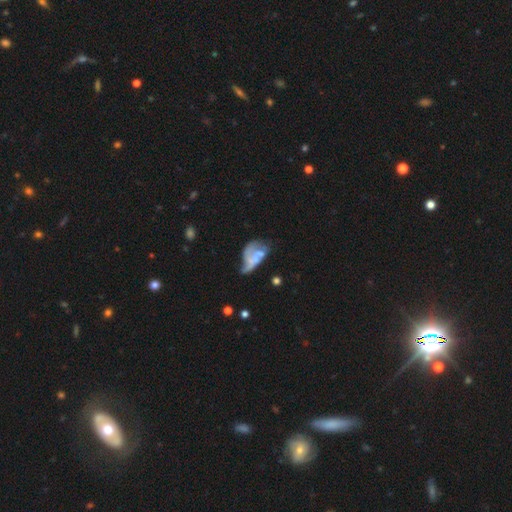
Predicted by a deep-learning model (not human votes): This appears to be a featured or disk galaxy (61%) with no bar (77%), spiral arms (52%) and no central bulge (53%). Merging: major disturbance (38%).